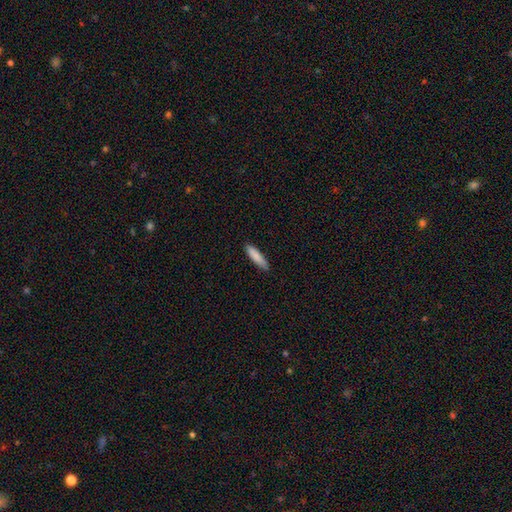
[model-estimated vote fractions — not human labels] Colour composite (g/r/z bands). It shows a smooth galaxy with no disk features (86%) that is cigar-shaped (76%). Merging: none (86%).